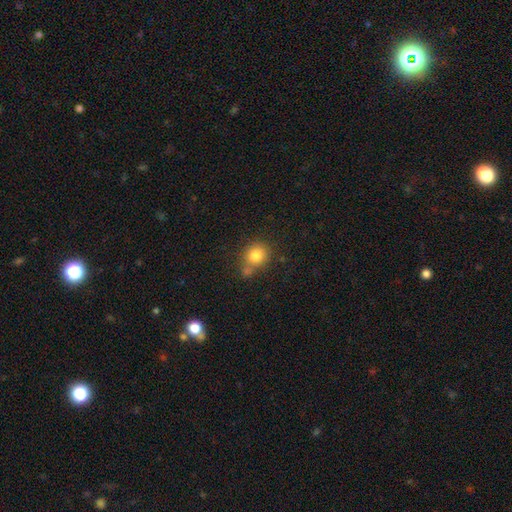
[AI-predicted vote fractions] smooth 80%, star or artifact 11%, featured or disk 9%. Down the decision tree: how rounded — round (80%); merging — none (56%).